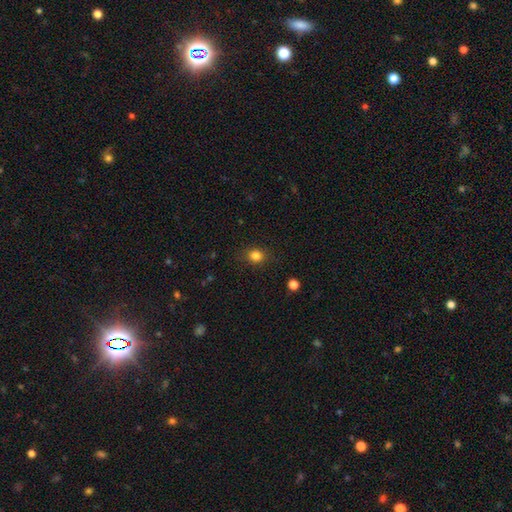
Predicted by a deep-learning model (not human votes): Smooth or featured? smooth (83%)
How rounded? round (72%)
Merging? none (85%)